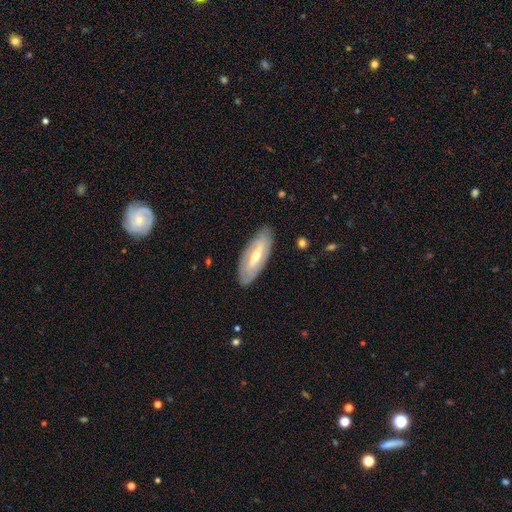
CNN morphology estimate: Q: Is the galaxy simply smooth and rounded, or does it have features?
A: featured or disk — 66%.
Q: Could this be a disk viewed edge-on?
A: no — 78%.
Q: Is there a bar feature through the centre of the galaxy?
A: weak — 39%.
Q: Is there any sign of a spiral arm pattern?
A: yes — 53%.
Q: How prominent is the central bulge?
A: moderate — 57%.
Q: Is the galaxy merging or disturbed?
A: none — 85%.